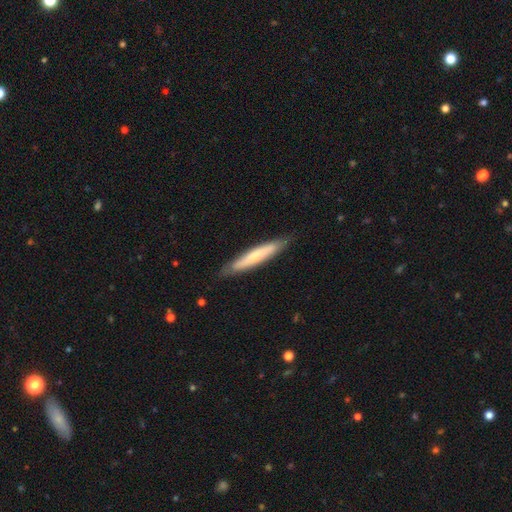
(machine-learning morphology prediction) type=smooth (61%); roundness=cigar-shaped (92%); merging=none (85%).